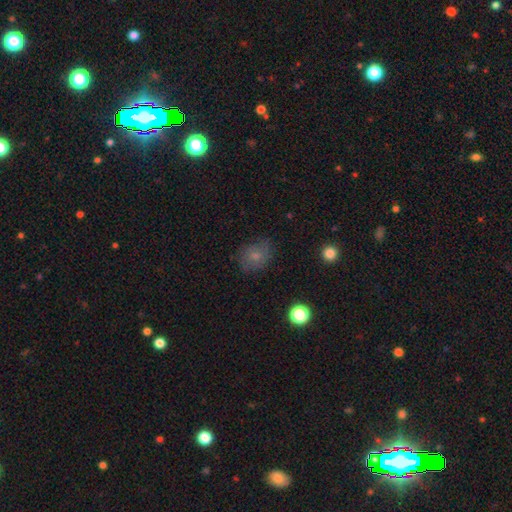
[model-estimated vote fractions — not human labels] Overall: smooth (71%). How rounded: round (56%; in between 43%). Merging: none (73%).